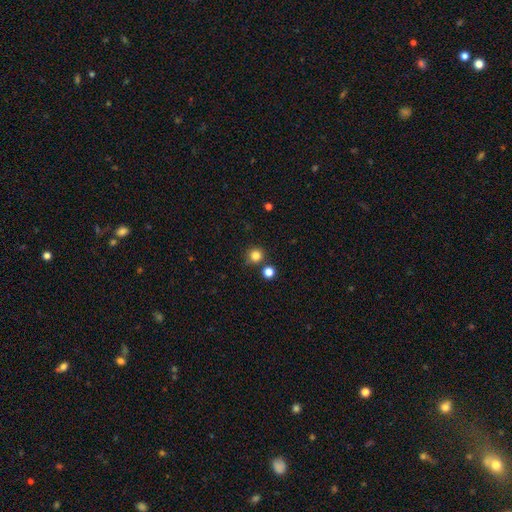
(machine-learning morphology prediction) The model was most divided on "smooth or featured": smooth: 82%, star or artifact: 13%, featured or disk: 5%. More confident: how rounded — round (94%); merging — none (80%).